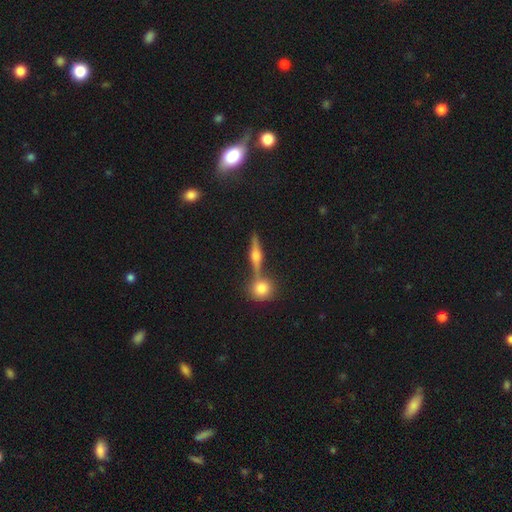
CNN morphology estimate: This appears to be a featured or disk galaxy (70%) viewed edge-on (95%) with a rounded central bulge (91%). Merging: none (73%).